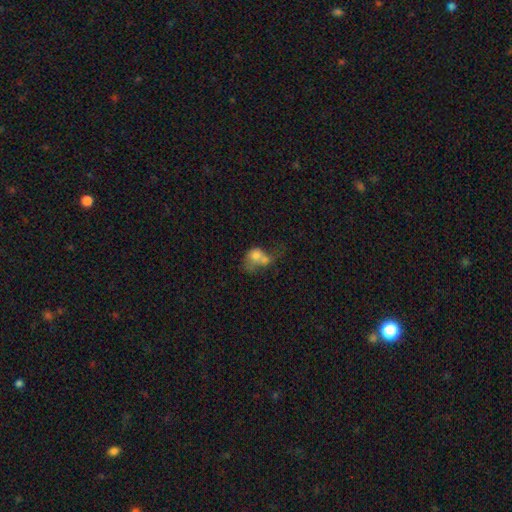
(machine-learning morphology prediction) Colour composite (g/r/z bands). It shows a smooth galaxy with no disk features (62%) that is in between round and cigar-shaped (50%). Merging: merger (62%).